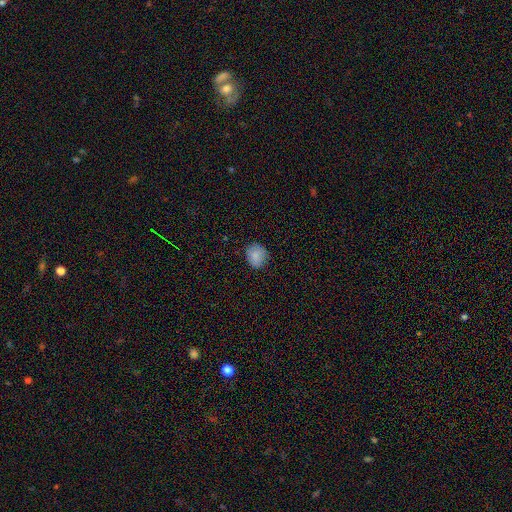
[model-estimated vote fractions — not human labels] A smooth galaxy with no disk features (85%) that is round (63%). Merging: none (81%).